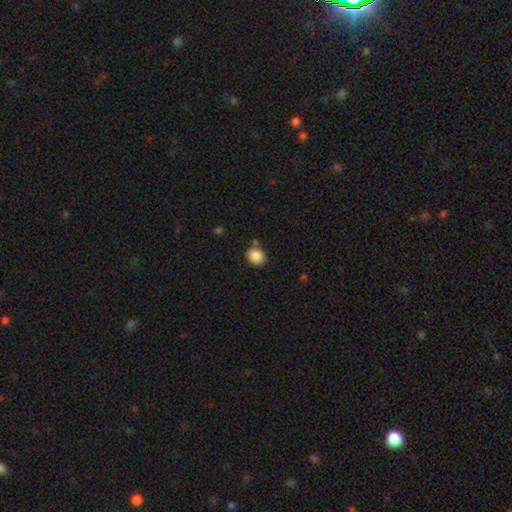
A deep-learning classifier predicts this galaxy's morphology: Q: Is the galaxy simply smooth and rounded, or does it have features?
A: smooth — 88%.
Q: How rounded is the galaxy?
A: round — 75%.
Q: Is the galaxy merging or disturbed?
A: none — 78%.